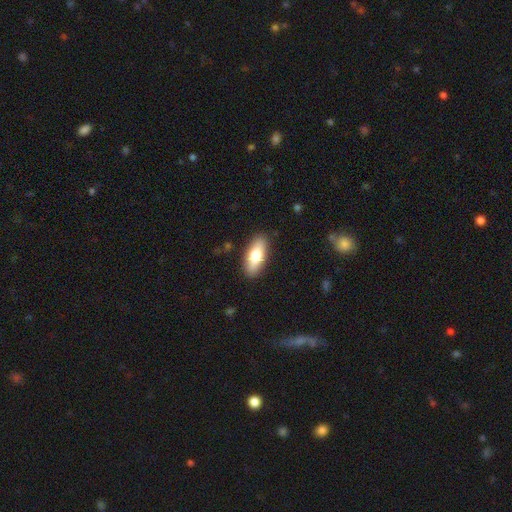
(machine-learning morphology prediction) Smooth or featured? Predicted: smooth (p=0.71). How rounded? Predicted: in between (p=0.74). Merging? Predicted: none (p=0.88).